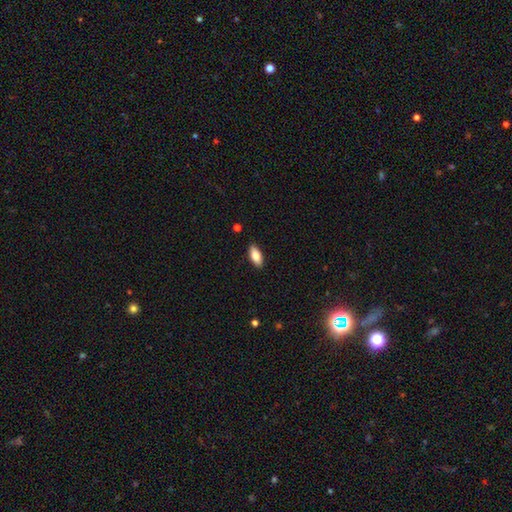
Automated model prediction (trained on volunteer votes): smooth 77%, featured or disk 16%, star or artifact 6%. Down the decision tree: how rounded — in between (84%); merging — none (89%).